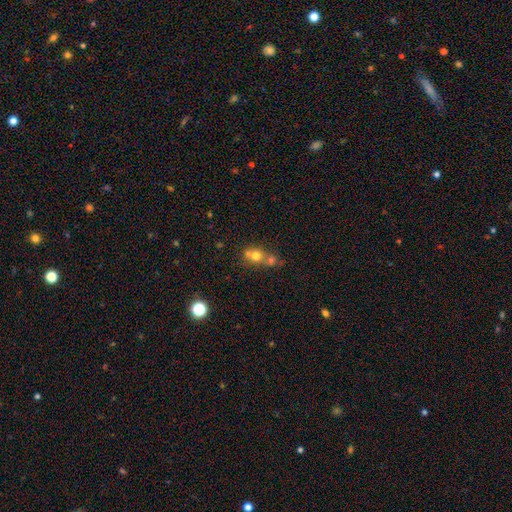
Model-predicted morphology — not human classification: smooth 65%, featured or disk 21%, star or artifact 15%. Down the decision tree: how rounded — round (73%); merging — merger (57%).